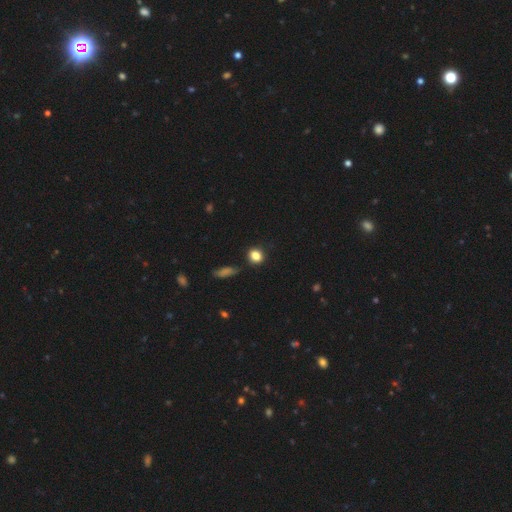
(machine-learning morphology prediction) Q: Smooth or featured?
A: smooth (83%); runner-up: star or artifact (12%)
Q: How rounded?
A: round (64%); runner-up: in between (34%)
Q: Merging?
A: none (80%); runner-up: minor disturbance (13%)